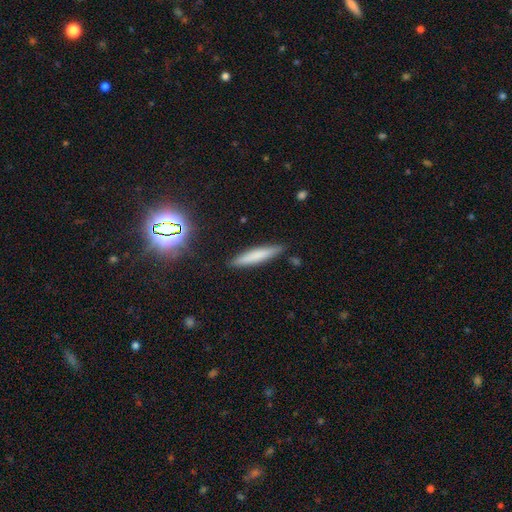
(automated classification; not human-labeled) Q: Smooth or featured?
A: smooth (71%); runner-up: featured or disk (20%)
Q: How rounded?
A: cigar-shaped (89%); runner-up: in between (9%)
Q: Merging?
A: none (86%); runner-up: minor disturbance (10%)